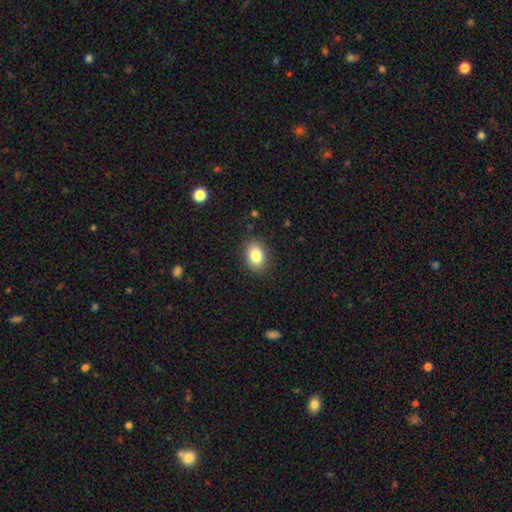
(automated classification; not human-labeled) A smooth galaxy with no disk features (83%) that is in between round and cigar-shaped (74%). Merging: none (88%).